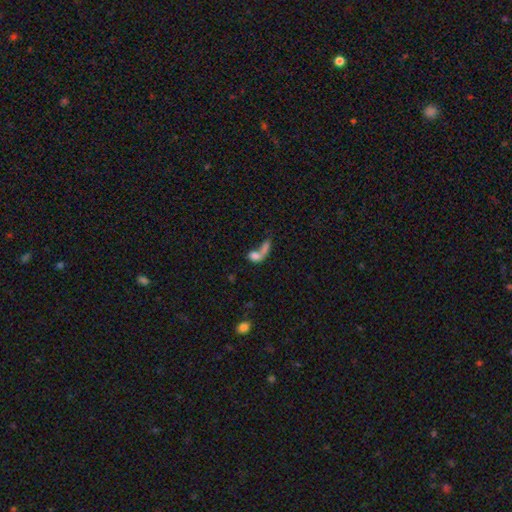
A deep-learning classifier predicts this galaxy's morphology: smooth_or_featured: smooth (p=0.51) [alt: featured or disk p=0.25]
how_rounded: in between (p=0.53) [alt: round p=0.32]
merging: merger (p=0.53) [alt: none p=0.26]